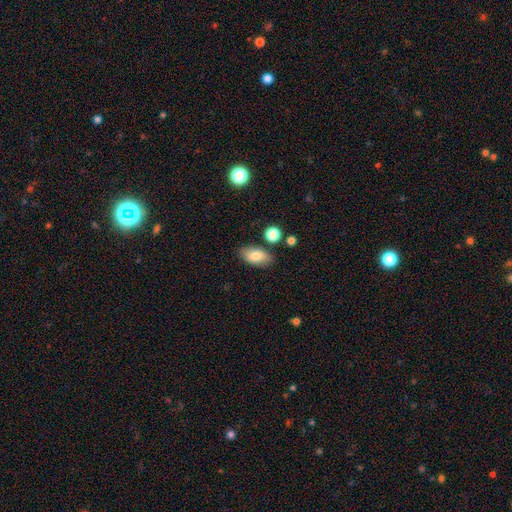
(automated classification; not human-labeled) smooth_or_featured: smooth (p=0.81) [alt: featured or disk p=0.12]
how_rounded: in between (p=0.92) [alt: round p=0.05]
merging: none (p=0.81) [alt: minor disturbance p=0.12]